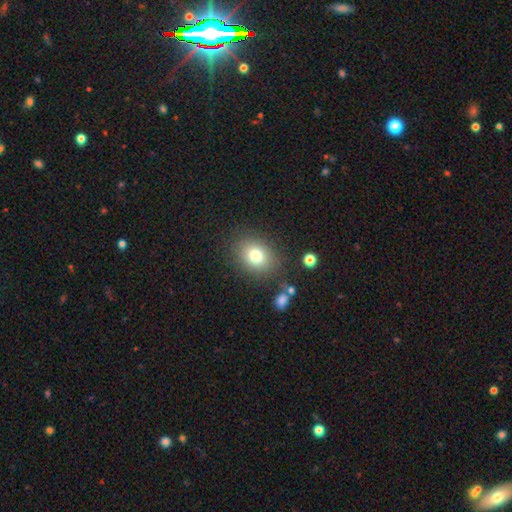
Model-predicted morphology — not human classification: smooth-or-featured: smooth: 77% | star or artifact: 12% | featured or disk: 11%
  how-rounded: round: 50% | in between: 49% | cigar-shaped: 1%
  merging: none: 82% | minor disturbance: 11% | major disturbance: 5% | merger: 3%